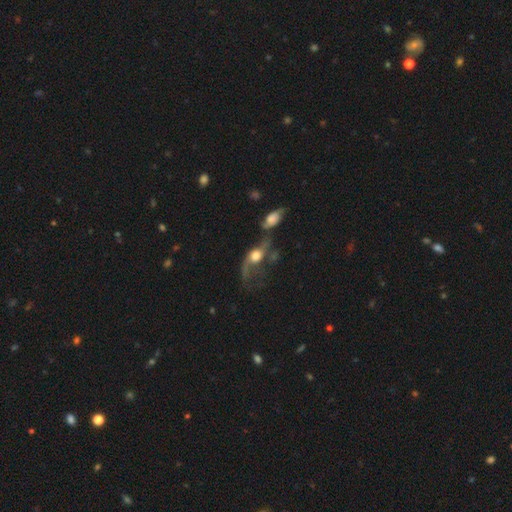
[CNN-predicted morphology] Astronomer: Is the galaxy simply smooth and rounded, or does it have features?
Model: featured or disk — 63%.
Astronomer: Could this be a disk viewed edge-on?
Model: no — 86%.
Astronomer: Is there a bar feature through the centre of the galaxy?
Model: no — 73%.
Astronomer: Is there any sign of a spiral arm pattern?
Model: yes — 74%.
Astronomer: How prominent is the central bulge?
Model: moderate — 44% (runner-up: large, 40%).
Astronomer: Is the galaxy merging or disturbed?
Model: merger — 33% (runner-up: major disturbance, 30%).